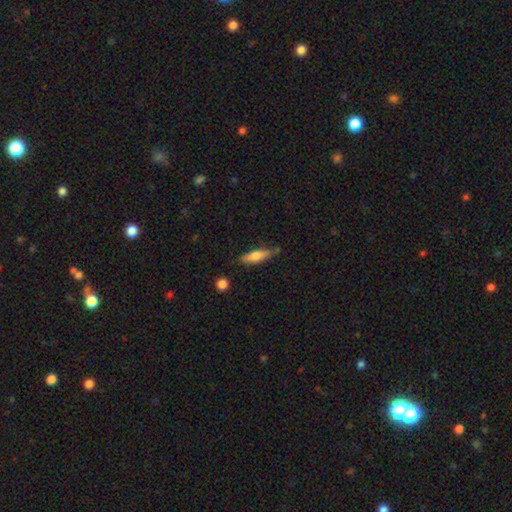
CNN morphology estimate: This is likely a smooth galaxy (69%). How rounded: possibly cigar-shaped (59%). Merging: likely none (74%).